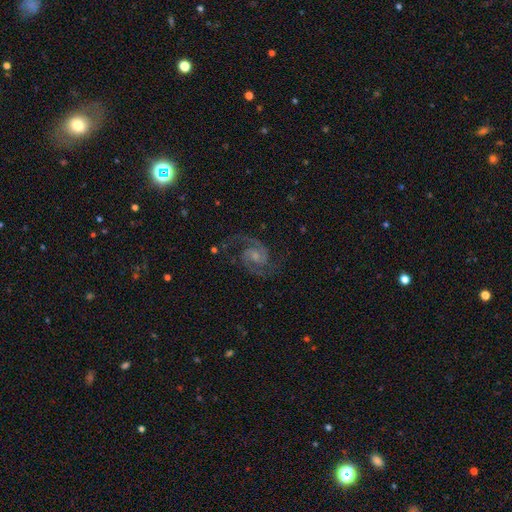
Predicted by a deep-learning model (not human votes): Morphology: type=featured or disk (92%); edge-on=no (98%); bar=no (50%); spiral arms=yes (98%); winding=medium (64%); arm count=2 (93%); bulge=small (50%); merging=none (79%).